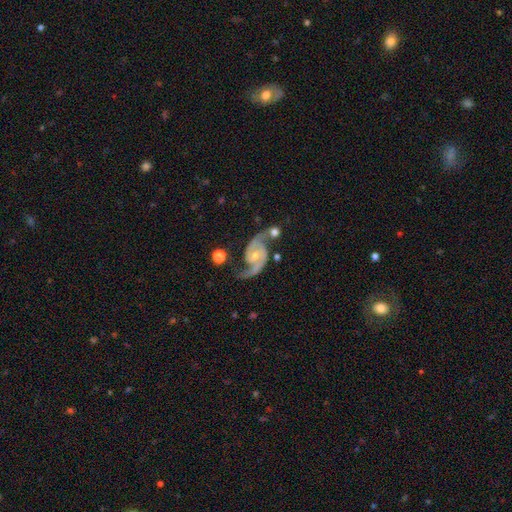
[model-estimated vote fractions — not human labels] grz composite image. It shows a featured or disk galaxy (92%) with no bar (59%), 2 (94%) medium (58%) spiral arms (98%) and a small central bulge (58%). Merging: none (61%).